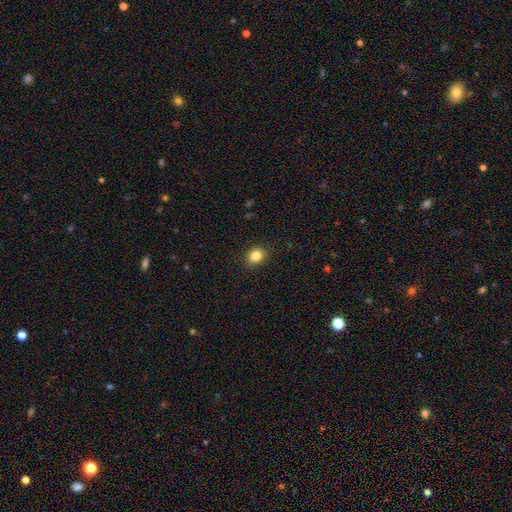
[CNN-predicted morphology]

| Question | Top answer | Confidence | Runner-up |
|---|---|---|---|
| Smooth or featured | smooth | 83% | star or artifact (11%) |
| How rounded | round | 63% | in between (36%) |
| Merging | none | 89% | minor disturbance (9%) |